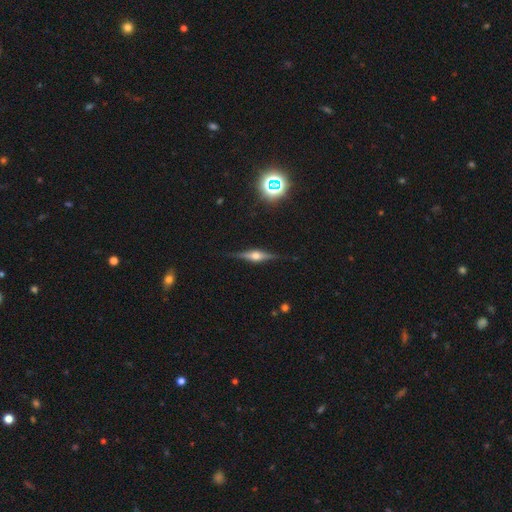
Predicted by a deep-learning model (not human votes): smooth_or_featured: featured or disk (p=0.77) [alt: smooth p=0.14]
disk_edge_on: yes (p=0.97) [alt: no p=0.03]
edge_on_bulge: rounded (p=0.90) [alt: boxy p=0.08]
merging: none (p=0.88) [alt: minor disturbance p=0.09]